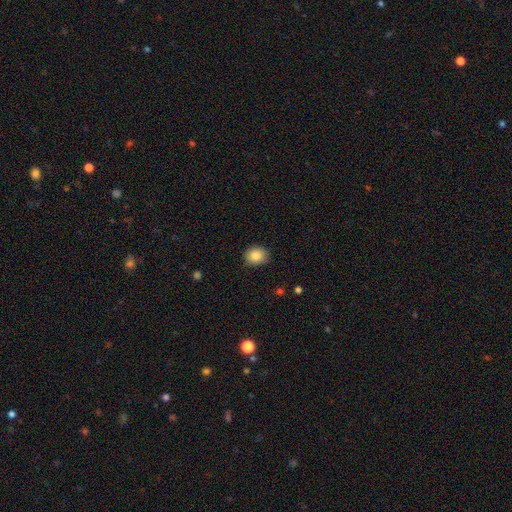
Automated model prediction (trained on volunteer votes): Overall: smooth (86%). How rounded: round (57%; in between 43%). Merging: none (84%).